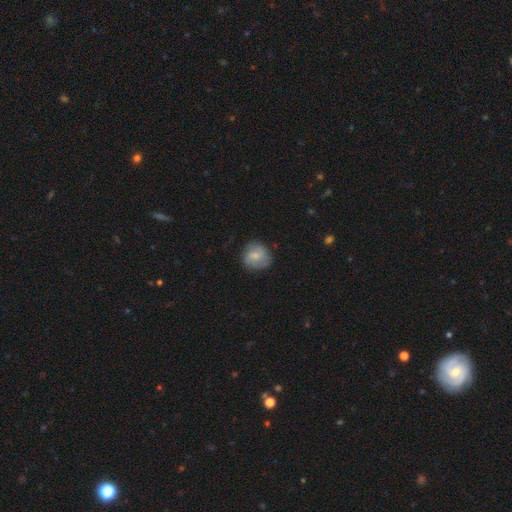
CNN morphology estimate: type=smooth (60%); roundness=round (83%); merging=none (74%).